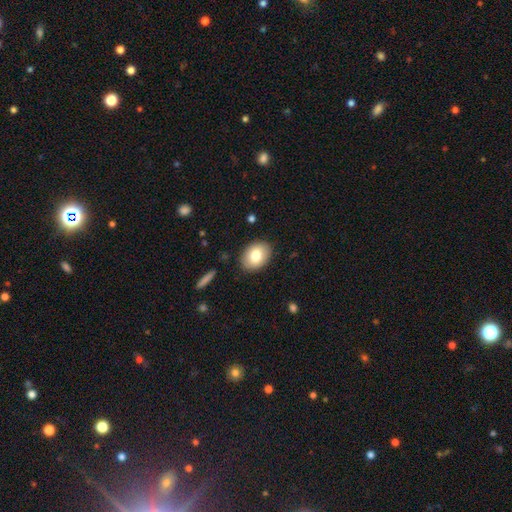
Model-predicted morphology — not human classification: smooth 80%, featured or disk 13%, star or artifact 7%. Down the decision tree: how rounded — in between (75%); merging — none (88%).